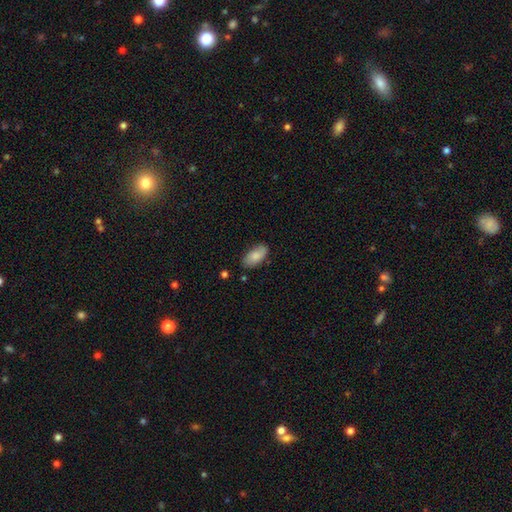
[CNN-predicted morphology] smooth_or_featured: smooth (p=0.82) [alt: featured or disk p=0.12]
how_rounded: in between (p=0.93) [alt: cigar-shaped p=0.05]
merging: none (p=0.77) [alt: minor disturbance p=0.17]